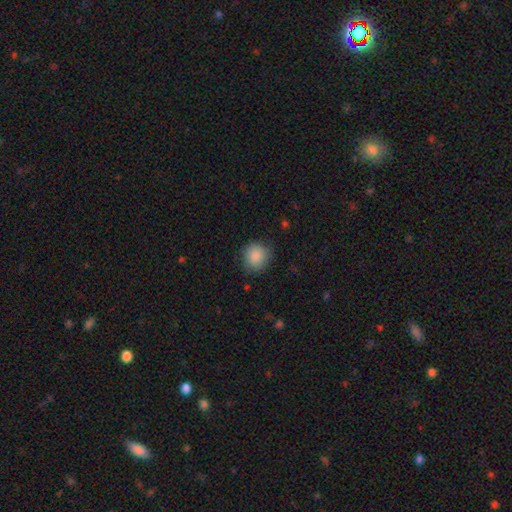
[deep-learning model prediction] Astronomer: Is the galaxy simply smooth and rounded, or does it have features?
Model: smooth — 88%.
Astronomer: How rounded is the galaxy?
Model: round — 86%.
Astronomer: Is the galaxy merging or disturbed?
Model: none — 81%.